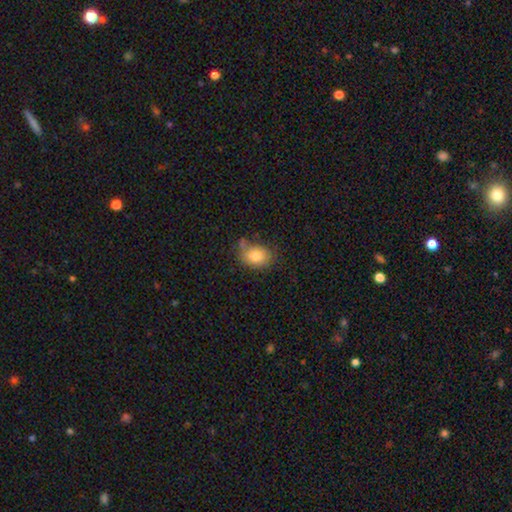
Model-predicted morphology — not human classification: type=smooth (80%); roundness=in between (67%); merging=none (61%).